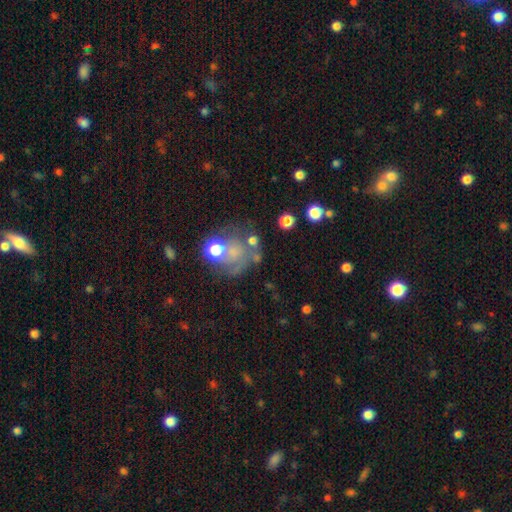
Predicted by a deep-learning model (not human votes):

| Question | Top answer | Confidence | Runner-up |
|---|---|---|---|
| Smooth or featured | star or artifact | 42% | smooth (29%) |